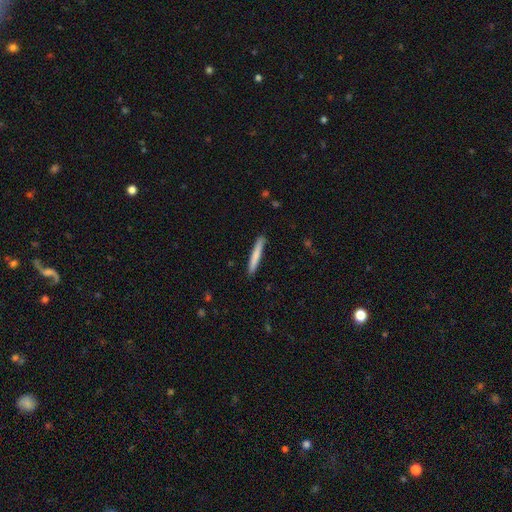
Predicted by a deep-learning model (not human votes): This appears to be a smooth galaxy with no disk features (76%) that is cigar-shaped (96%). Merging: none (88%).